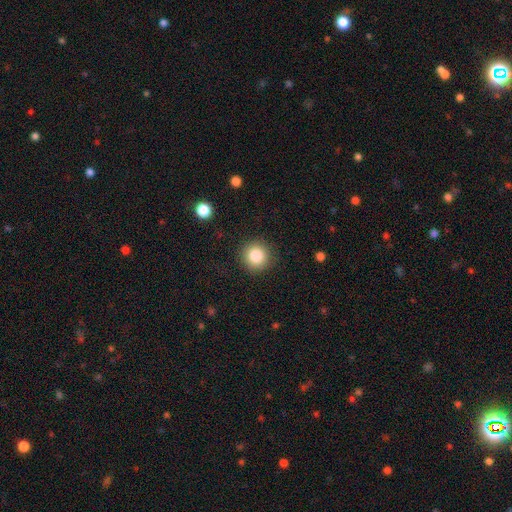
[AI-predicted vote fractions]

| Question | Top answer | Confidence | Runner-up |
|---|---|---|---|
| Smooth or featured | smooth | 86% | star or artifact (9%) |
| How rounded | round | 94% | in between (5%) |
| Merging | none | 89% | minor disturbance (7%) |